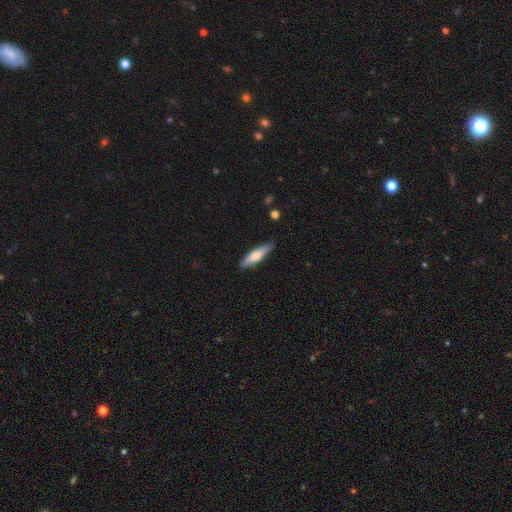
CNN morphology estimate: Smooth or featured? Predicted: smooth (p=0.58). How rounded? Predicted: cigar-shaped (p=0.73). Merging? Predicted: none (p=0.87).